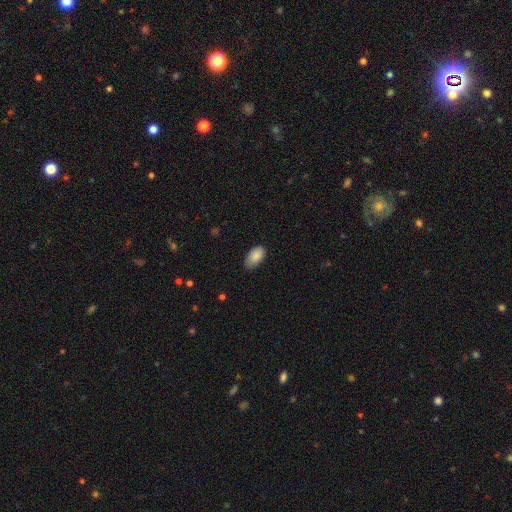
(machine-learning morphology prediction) A smooth galaxy with no disk features (88%) that is in between round and cigar-shaped (95%). Merging: none (73%).